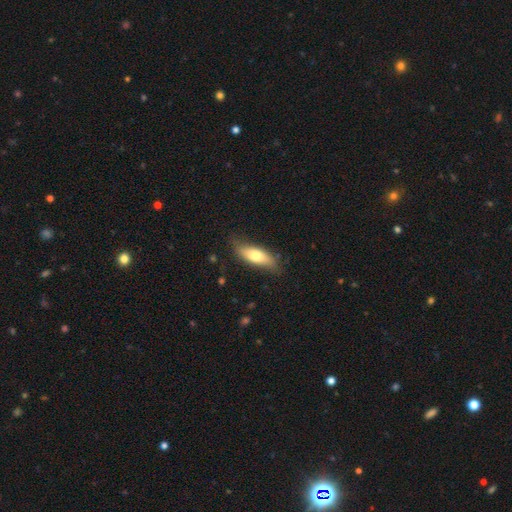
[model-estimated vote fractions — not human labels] smooth 69%, featured or disk 25%, star or artifact 6%. Down the decision tree: how rounded — in between (64%); merging — none (75%).